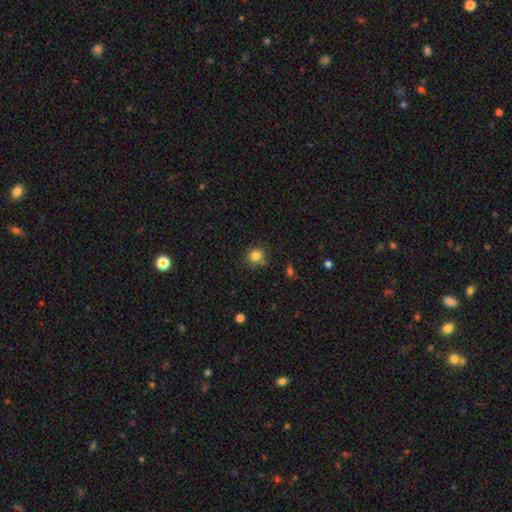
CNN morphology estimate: type=smooth (82%); roundness=round (88%); merging=none (76%).